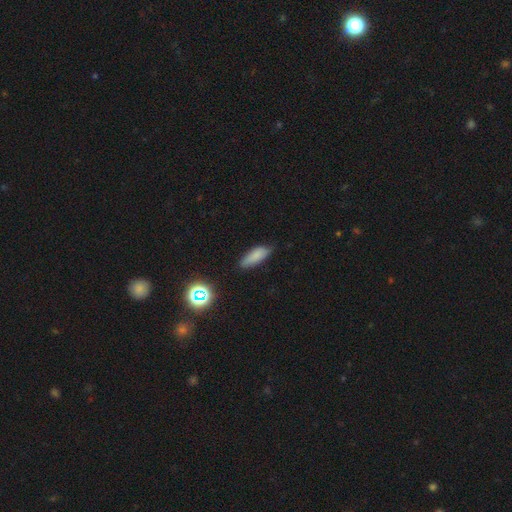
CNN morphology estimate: Smooth or featured? smooth (81%)
How rounded? in between (65%)
Merging? none (76%)